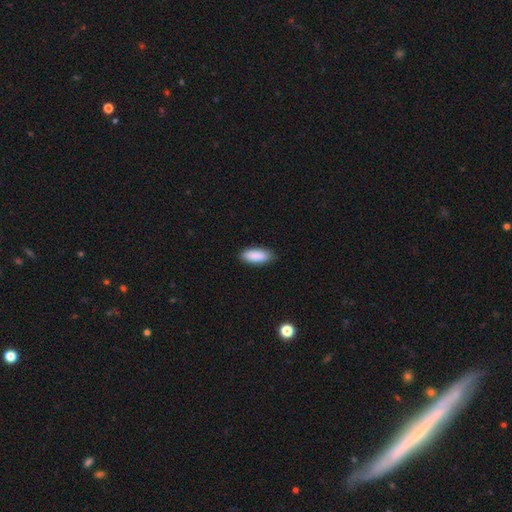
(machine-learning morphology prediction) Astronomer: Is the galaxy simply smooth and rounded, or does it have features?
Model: smooth — 90%.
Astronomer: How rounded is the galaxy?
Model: in between — 79%.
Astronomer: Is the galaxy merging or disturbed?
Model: none — 87%.